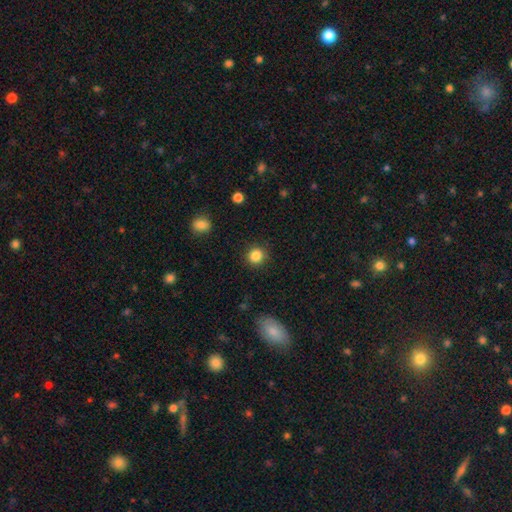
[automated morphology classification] A smooth galaxy with no disk features (86%) that is round (92%). Merging: none (90%).